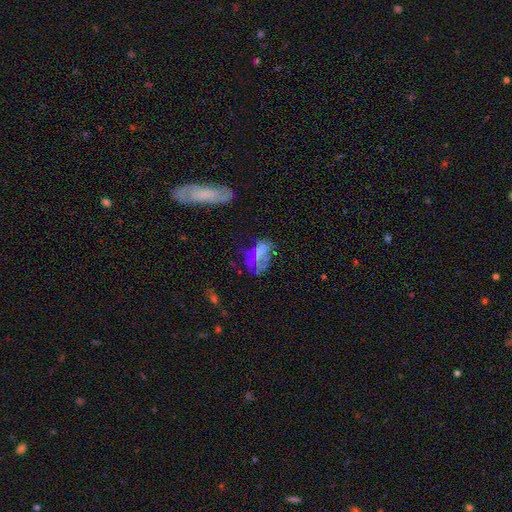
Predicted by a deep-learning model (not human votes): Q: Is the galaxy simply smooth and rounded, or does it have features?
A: featured or disk — 40%.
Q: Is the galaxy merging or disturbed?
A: none — 42%.